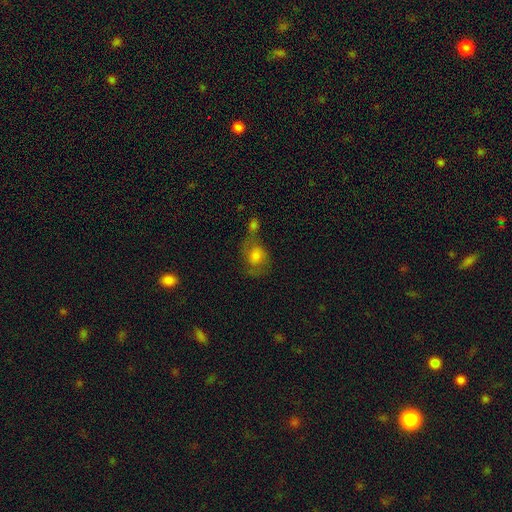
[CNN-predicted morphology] A smooth galaxy with no disk features (46%). Merging: none (35%).